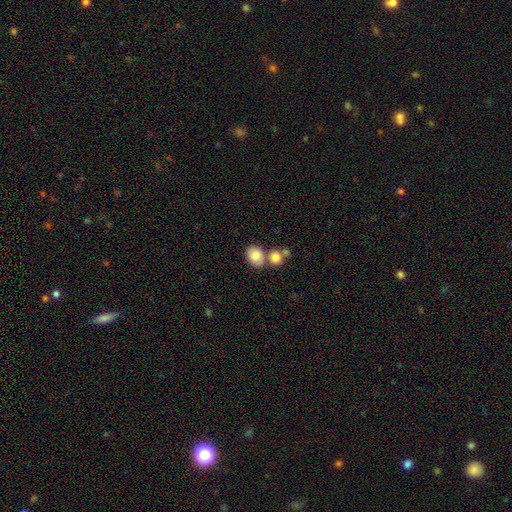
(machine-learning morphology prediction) A smooth galaxy with no disk features (83%) that is in between round and cigar-shaped (51%). Merging: none (50%).